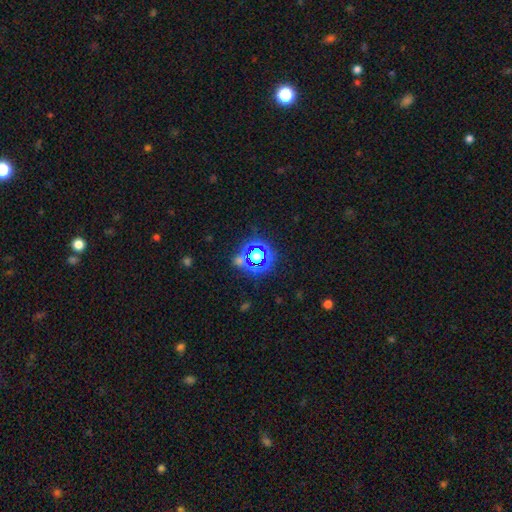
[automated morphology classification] This appears to be a star or artifact, not a galaxy (67%).